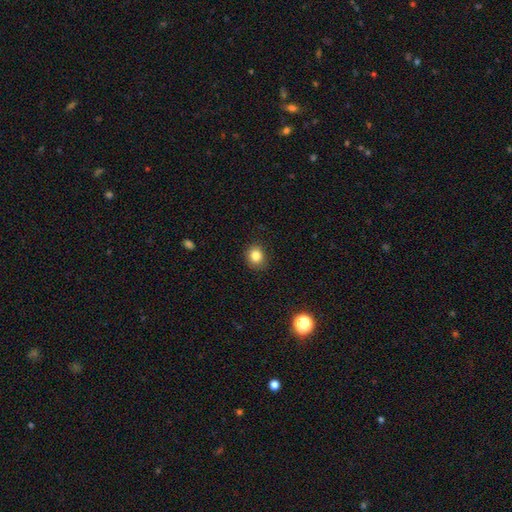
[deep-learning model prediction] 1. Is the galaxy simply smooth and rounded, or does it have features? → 84% smooth, 11% star or artifact, 5% featured or disk.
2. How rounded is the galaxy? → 75% round, 24% in between, 1% cigar-shaped.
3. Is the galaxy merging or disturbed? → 86% none, 11% minor disturbance, 3% major disturbance, 1% merger.